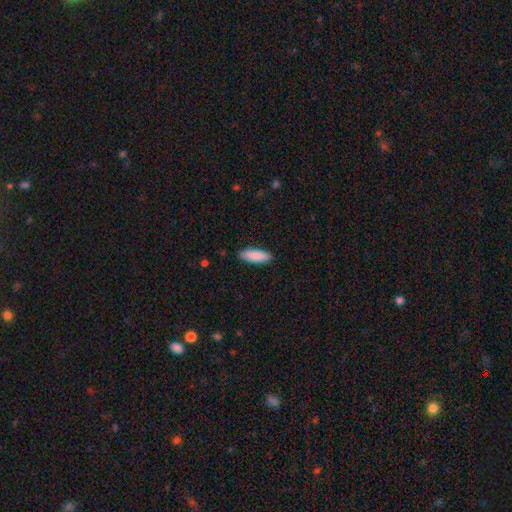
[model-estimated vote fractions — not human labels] This appears to be a smooth galaxy with no disk features (89%) that is in between round and cigar-shaped (59%). Merging: none (89%).